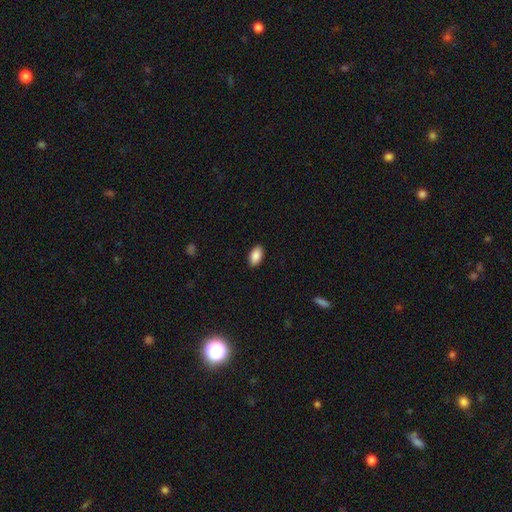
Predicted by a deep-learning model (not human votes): smooth-or-featured: smooth: 88% | star or artifact: 7% | featured or disk: 5%
  how-rounded: in between: 94% | round: 4% | cigar-shaped: 2%
  merging: none: 89% | minor disturbance: 8% | major disturbance: 2% | merger: 1%